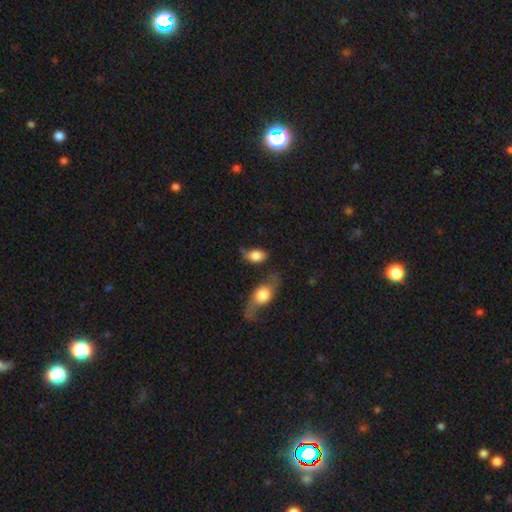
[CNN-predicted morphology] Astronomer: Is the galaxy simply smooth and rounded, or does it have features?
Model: smooth — 76%.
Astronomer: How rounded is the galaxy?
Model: in between — 84%.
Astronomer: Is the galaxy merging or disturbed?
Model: none — 42% (runner-up: minor disturbance, 26%).